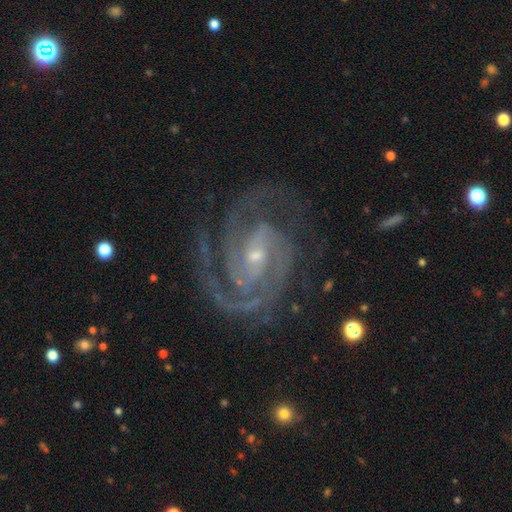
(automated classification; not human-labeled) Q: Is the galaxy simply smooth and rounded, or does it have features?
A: featured or disk — 93%.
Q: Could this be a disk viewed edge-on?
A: no — 98%.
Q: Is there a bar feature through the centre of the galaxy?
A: weak — 42%.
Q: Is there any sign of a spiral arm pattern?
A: yes — 99%.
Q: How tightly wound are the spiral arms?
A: tight — 56%.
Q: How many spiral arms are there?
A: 2 — 57%.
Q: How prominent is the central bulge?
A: small — 71%.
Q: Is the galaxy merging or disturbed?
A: none — 74%.